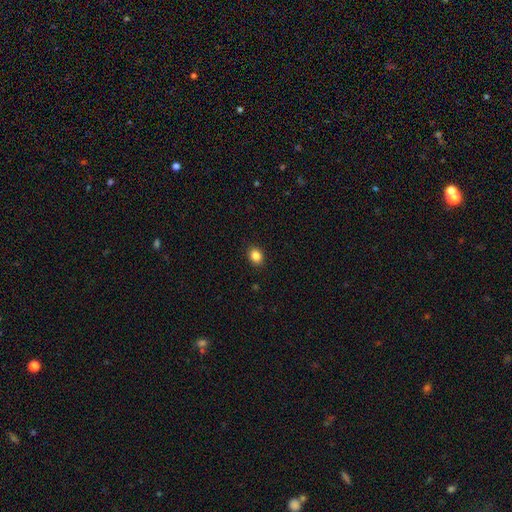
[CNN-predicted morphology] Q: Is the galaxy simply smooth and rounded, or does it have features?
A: smooth — 86%.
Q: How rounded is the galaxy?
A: in between — 57%.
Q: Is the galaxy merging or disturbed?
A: none — 90%.